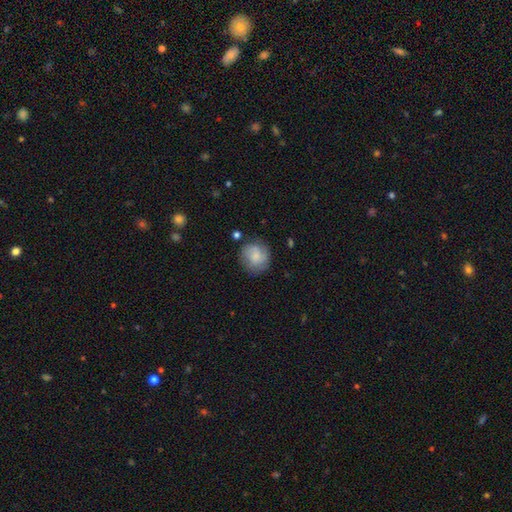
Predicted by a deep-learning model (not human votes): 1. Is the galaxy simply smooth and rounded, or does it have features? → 67% smooth, 25% featured or disk, 7% star or artifact.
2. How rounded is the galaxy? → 84% round, 15% in between, 1% cigar-shaped.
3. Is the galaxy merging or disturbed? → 72% none, 19% minor disturbance, 6% major disturbance, 3% merger.